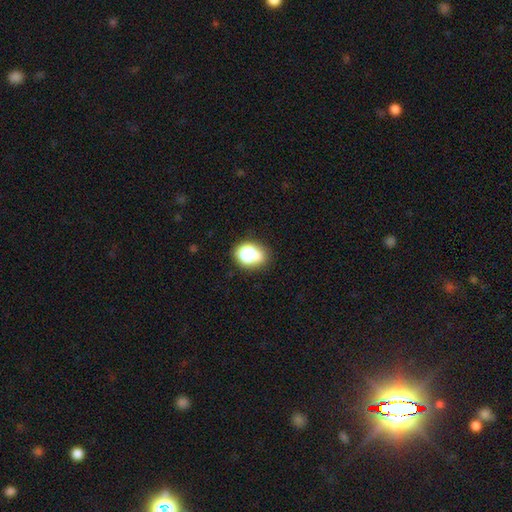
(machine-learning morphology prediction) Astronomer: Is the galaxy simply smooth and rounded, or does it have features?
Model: smooth — 72%.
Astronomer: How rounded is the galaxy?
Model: round — 50% (runner-up: in between, 48%).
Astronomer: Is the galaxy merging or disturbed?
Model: none — 55%.